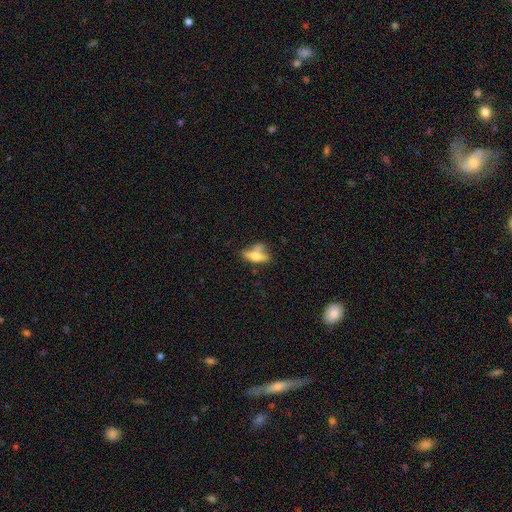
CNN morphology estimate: This appears to be a smooth galaxy with no disk features (50%) that is in between round and cigar-shaped (61%). Merging: none (44%).